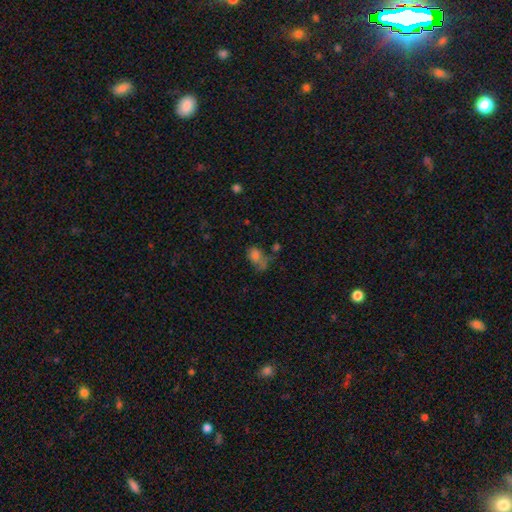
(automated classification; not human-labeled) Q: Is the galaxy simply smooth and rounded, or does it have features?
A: smooth — 63%.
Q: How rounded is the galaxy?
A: in between — 73%.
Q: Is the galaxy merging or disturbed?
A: none — 32%.